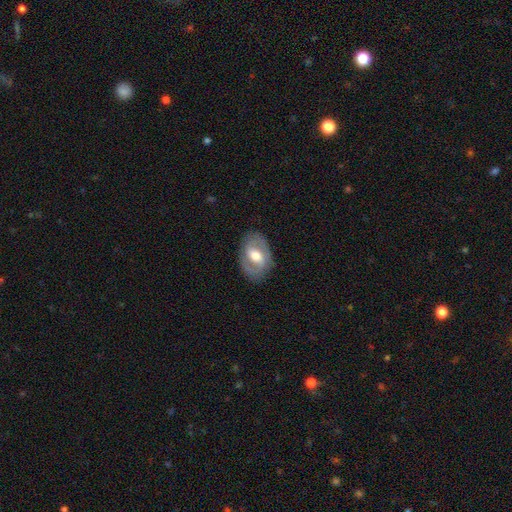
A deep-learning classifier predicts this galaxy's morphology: A featured or disk galaxy (65%) with a weak bar (44%), spiral arms (64%) and a moderate central bulge (70%).

Vote fractions:
- Smooth or featured? featured or disk: 65% / smooth: 29% / star or artifact: 6%
- Edge-on disk? no: 94% / yes: 6%
- Bar? weak: 44% / no: 29% / strong: 27%
- Spiral arms? yes: 64% / no: 36%
- Bulge size? moderate: 70% / large: 15% / small: 12% / dominant: 1% / none: 1%
- Merging? none: 81% / minor disturbance: 13% / major disturbance: 5% / merger: 1%